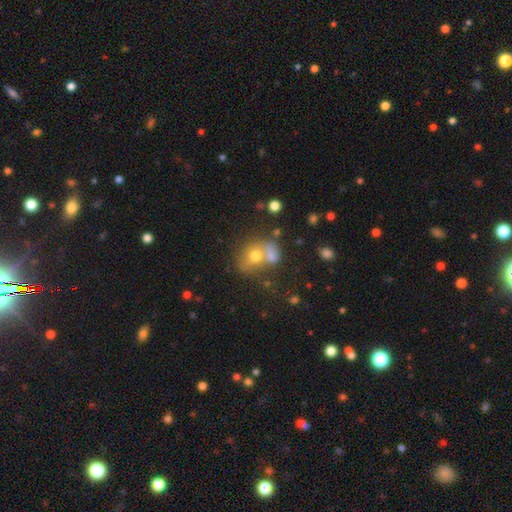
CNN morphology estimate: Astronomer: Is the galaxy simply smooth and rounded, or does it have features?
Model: smooth — 62%.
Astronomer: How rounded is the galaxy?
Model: round — 56% (runner-up: in between, 43%).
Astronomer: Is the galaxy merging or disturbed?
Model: merger — 52% (runner-up: none, 31%).